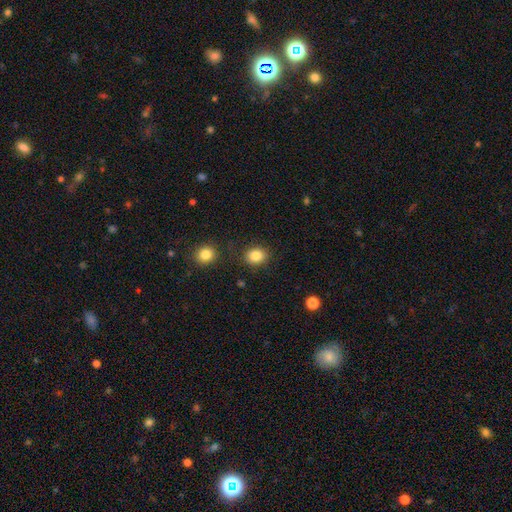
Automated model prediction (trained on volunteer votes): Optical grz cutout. It shows a smooth galaxy with no disk features (86%) that is round (66%). Merging: none (84%).